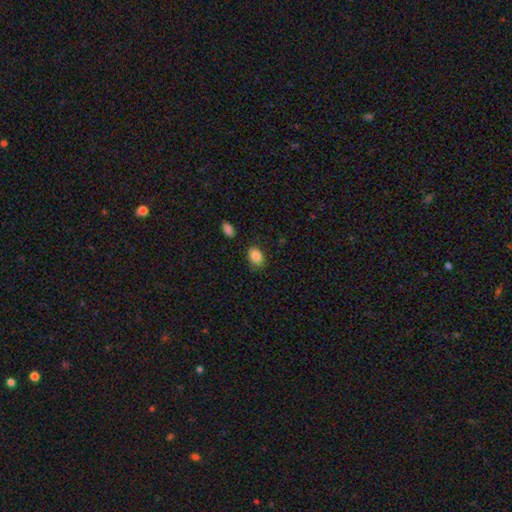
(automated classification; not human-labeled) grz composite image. It shows a smooth galaxy with no disk features (87%) that is in between round and cigar-shaped (77%). Merging: none (80%).